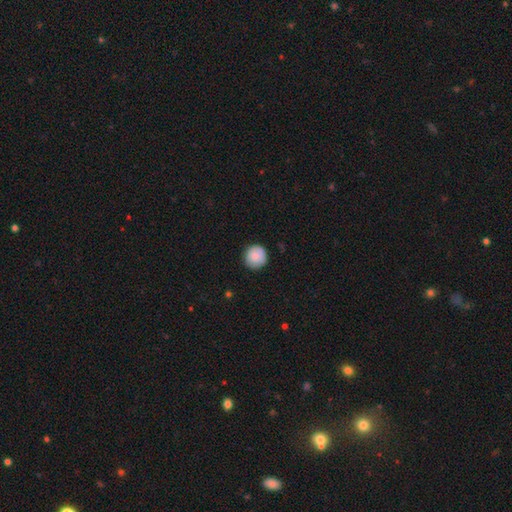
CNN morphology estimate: Q: Smooth or featured?
A: smooth (87%); runner-up: star or artifact (7%)
Q: How rounded?
A: round (94%); runner-up: in between (5%)
Q: Merging?
A: none (86%); runner-up: minor disturbance (11%)